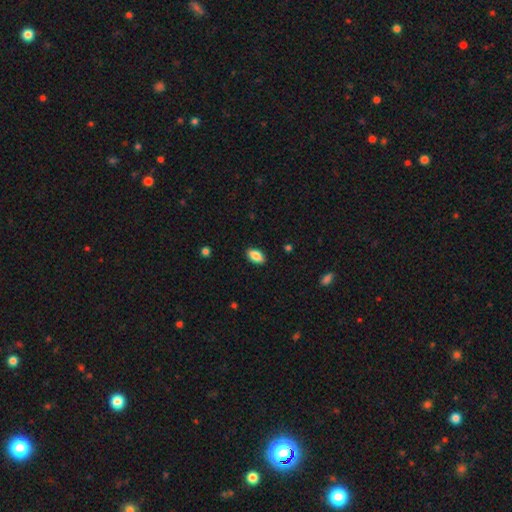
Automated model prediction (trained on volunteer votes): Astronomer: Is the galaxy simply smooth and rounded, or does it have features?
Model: smooth — 86%.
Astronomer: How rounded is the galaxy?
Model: in between — 91%.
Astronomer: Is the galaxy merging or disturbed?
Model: none — 88%.